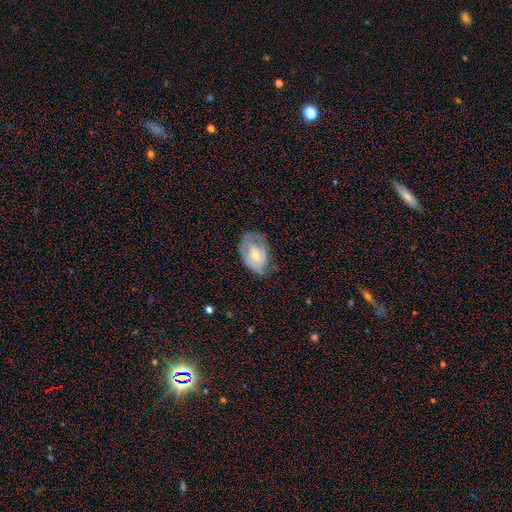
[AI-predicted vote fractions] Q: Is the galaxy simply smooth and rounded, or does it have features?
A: featured or disk — 59%.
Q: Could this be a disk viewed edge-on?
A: no — 96%.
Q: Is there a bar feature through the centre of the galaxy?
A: no — 59%.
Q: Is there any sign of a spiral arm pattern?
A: yes — 68%.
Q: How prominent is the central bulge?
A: small — 47%.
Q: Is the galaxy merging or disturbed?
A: none — 46%.